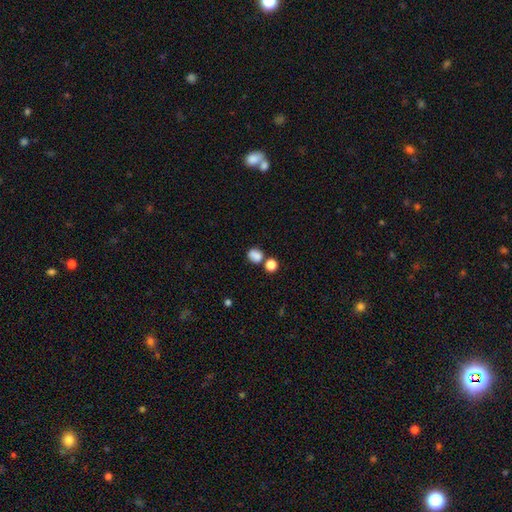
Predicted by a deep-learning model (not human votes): Smooth or featured? Predicted: smooth (p=0.82). How rounded? Predicted: round (p=0.53). Merging? Predicted: none (p=0.59).